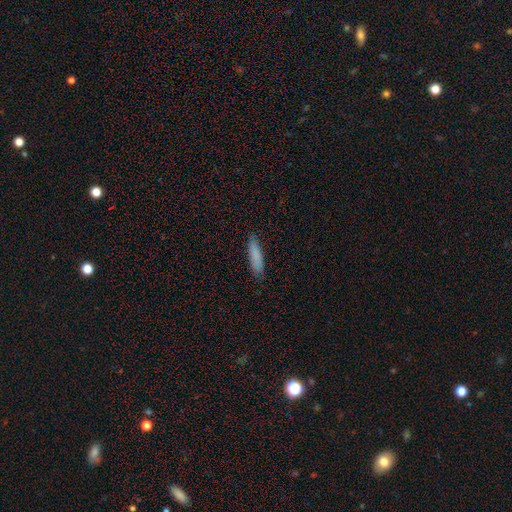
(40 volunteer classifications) Smooth or featured?
  - smooth: 78% *
  - featured or disk: 12%
  - star or artifact: 10%
How rounded?
  - cigar-shaped: 77% *
  - in between: 19%
  - round: 3%
Merging?
  - none: 75% *
  - minor disturbance: 22%
  - merger: 3%
  - major disturbance: 0%